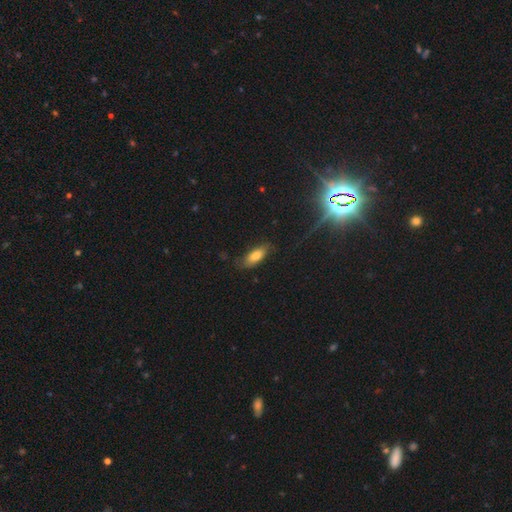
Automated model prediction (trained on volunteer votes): Smooth or featured?
  - smooth: 77% *
  - featured or disk: 15%
  - star or artifact: 8%
How rounded?
  - in between: 76% *
  - cigar-shaped: 21%
  - round: 2%
Merging?
  - none: 70% *
  - minor disturbance: 22%
  - major disturbance: 6%
  - merger: 2%